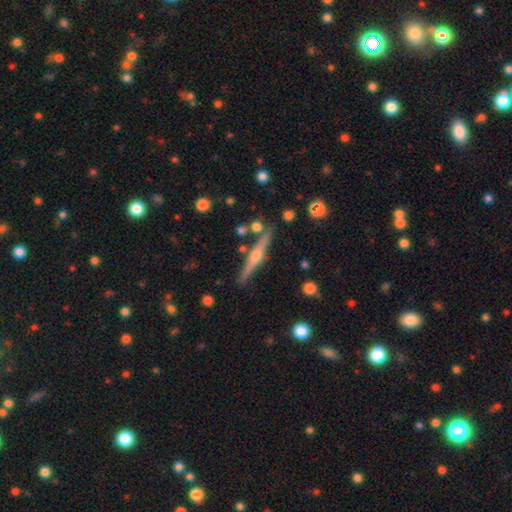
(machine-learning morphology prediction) The model was most divided on "smooth or featured": featured or disk: 70%, smooth: 23%, star or artifact: 7%. More confident: edge-on disk — yes (97%); edge-on bulge — rounded (89%); merging — none (84%).